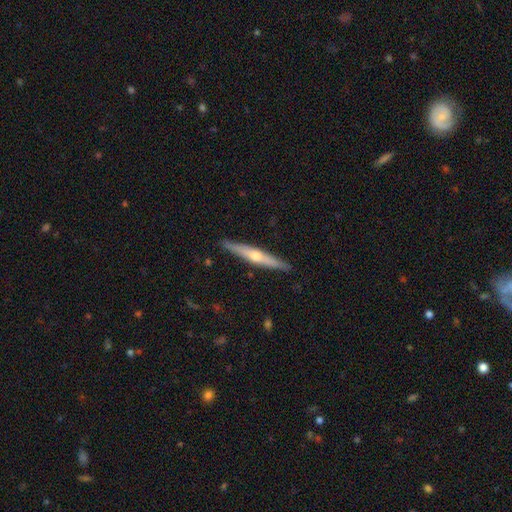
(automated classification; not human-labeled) This appears to be a featured or disk galaxy (62%) viewed edge-on (95%) with a rounded central bulge (87%). Merging: none (90%).